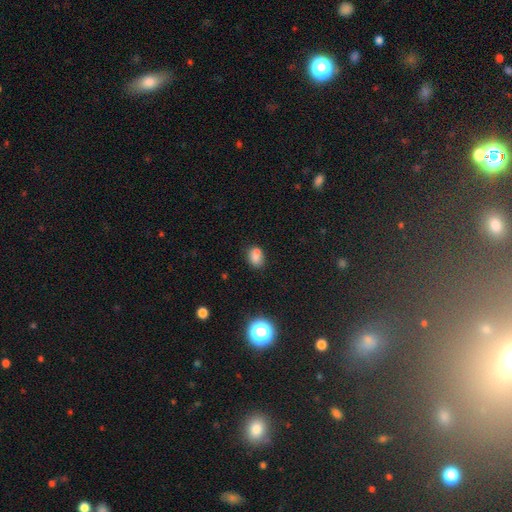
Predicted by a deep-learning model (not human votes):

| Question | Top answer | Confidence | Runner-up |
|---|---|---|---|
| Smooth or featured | smooth | 78% | star or artifact (14%) |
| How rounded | in between | 75% | round (23%) |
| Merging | none | 65% | minor disturbance (19%) |